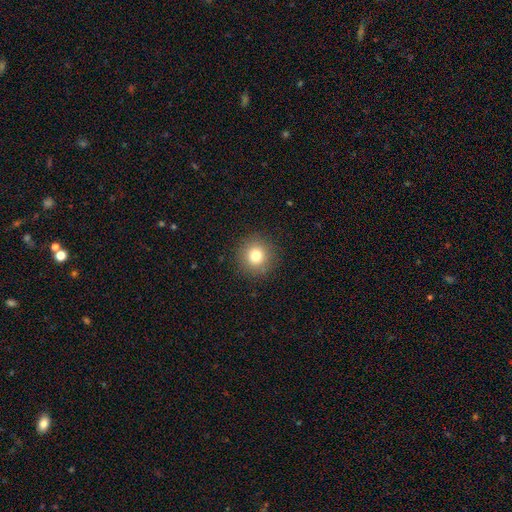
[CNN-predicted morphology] smooth_or_featured: smooth (p=0.79) [alt: star or artifact p=0.12]
how_rounded: round (p=0.94) [alt: in between p=0.05]
merging: none (p=0.91) [alt: minor disturbance p=0.06]